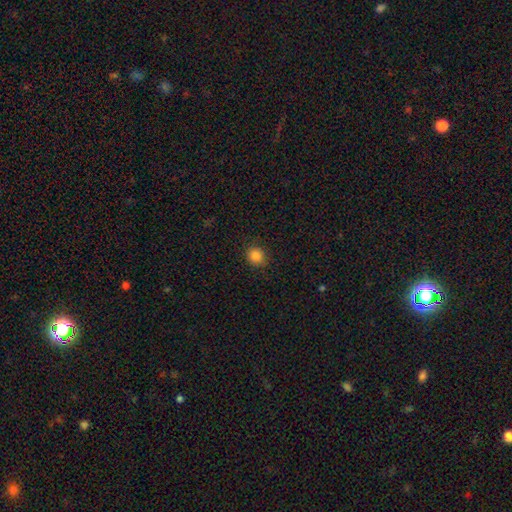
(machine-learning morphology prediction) Smooth or featured?
  - smooth: 85% *
  - star or artifact: 11%
  - featured or disk: 4%
How rounded?
  - round: 86% *
  - in between: 13%
  - cigar-shaped: 1%
Merging?
  - none: 89% *
  - minor disturbance: 7%
  - major disturbance: 2%
  - merger: 1%